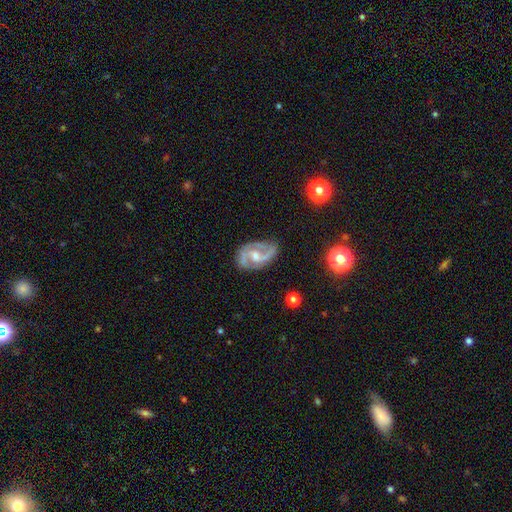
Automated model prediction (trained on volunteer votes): featured or disk 87%, smooth 8%, star or artifact 6%. Down the decision tree: edge-on disk — no (97%); bar — weak (45%); spiral arms — yes (95%); spiral arm count — 2 (87%); spiral winding — medium (54%); bulge size — moderate (60%); merging — none (75%).